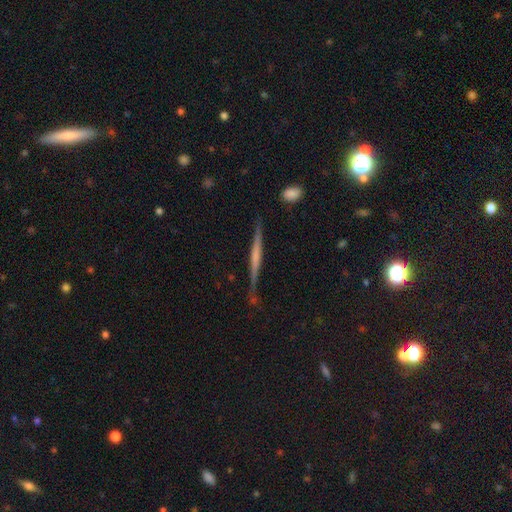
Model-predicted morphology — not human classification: Smooth or featured? featured or disk (67%)
Edge-on disk? yes (97%)
Edge-on bulge? none (51%)
Merging? none (80%)